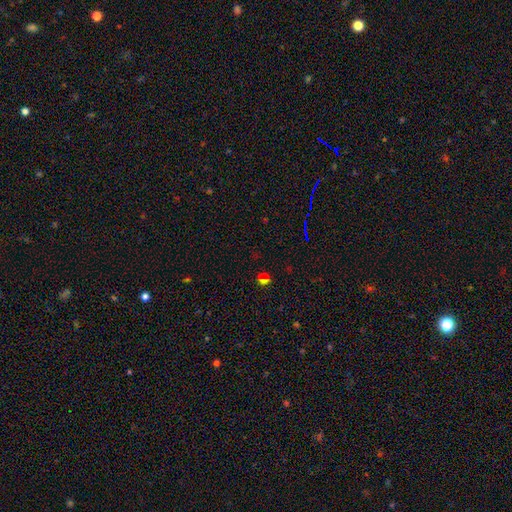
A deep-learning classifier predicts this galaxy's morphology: smooth_or_featured: smooth (p=0.49) [alt: star or artifact p=0.44]
merging: none (p=0.84) [alt: minor disturbance p=0.08]